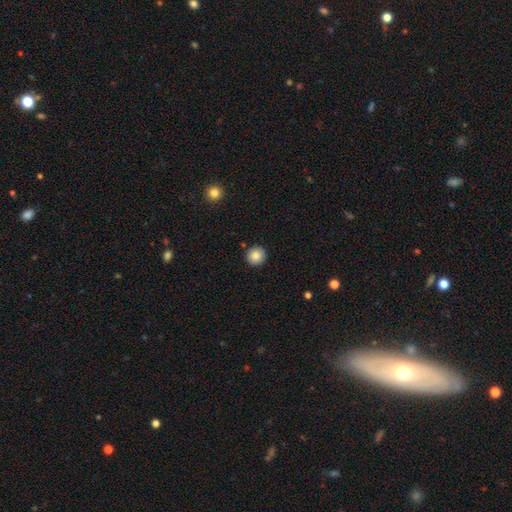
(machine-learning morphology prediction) smooth 84%, star or artifact 9%, featured or disk 7%. Down the decision tree: how rounded — round (94%); merging — none (91%).